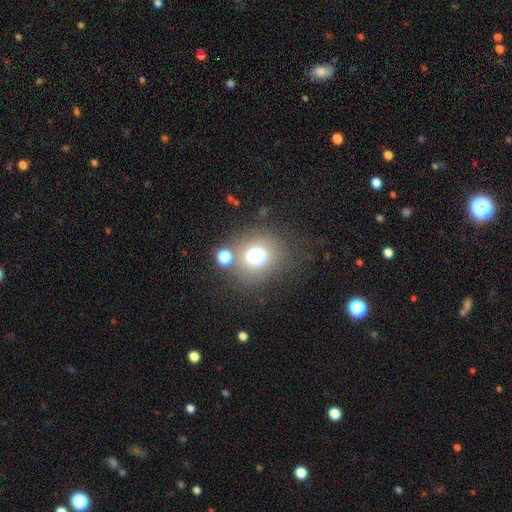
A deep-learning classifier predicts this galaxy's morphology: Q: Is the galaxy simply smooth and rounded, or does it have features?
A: smooth — 73%.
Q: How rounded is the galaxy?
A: round — 74%.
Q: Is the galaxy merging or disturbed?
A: none — 67%.